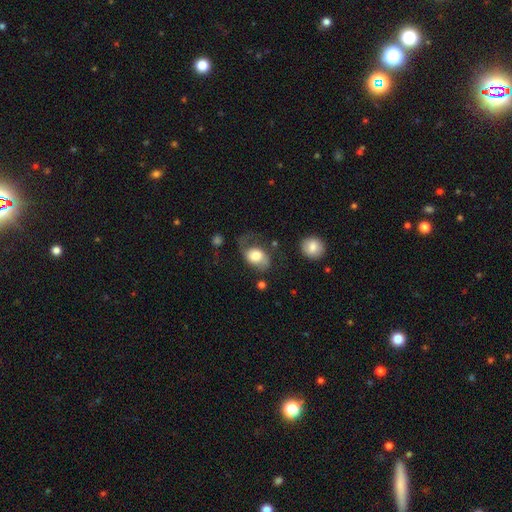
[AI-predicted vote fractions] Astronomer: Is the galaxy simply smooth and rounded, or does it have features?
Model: smooth — 66%.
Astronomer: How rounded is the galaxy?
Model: in between — 71%.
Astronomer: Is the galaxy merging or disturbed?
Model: none — 36% (runner-up: major disturbance, 34%).